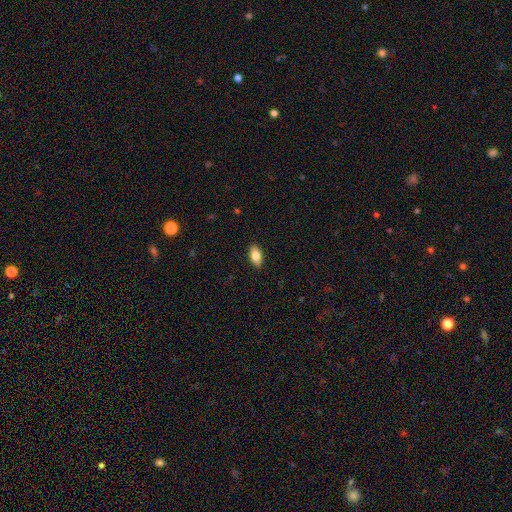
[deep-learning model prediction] smooth 77%, featured or disk 16%, star or artifact 7%. Down the decision tree: how rounded — in between (89%); merging — none (89%).